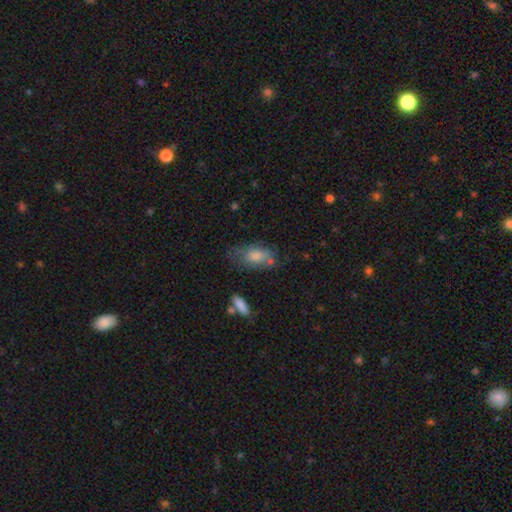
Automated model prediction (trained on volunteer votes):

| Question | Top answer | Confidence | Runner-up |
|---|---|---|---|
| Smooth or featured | smooth | 69% | featured or disk (22%) |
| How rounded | in between | 87% | round (7%) |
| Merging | none | 52% | minor disturbance (28%) |